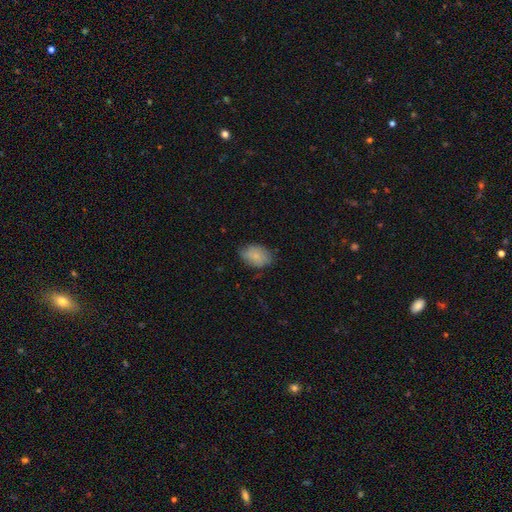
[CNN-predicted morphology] This appears to be a smooth galaxy with no disk features (80%) that is in between round and cigar-shaped (83%). Merging: none (69%).